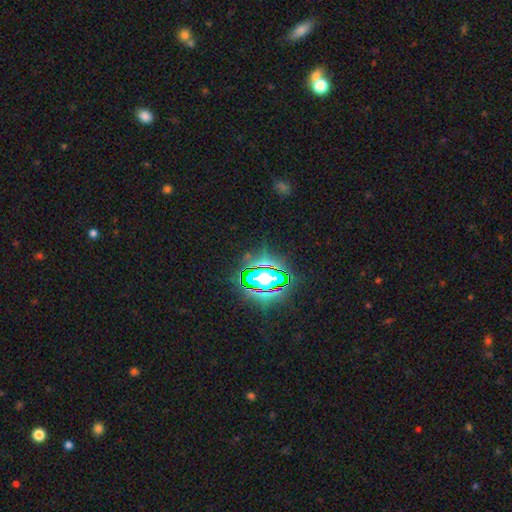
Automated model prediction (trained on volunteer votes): Smooth or featured? star or artifact (83%)